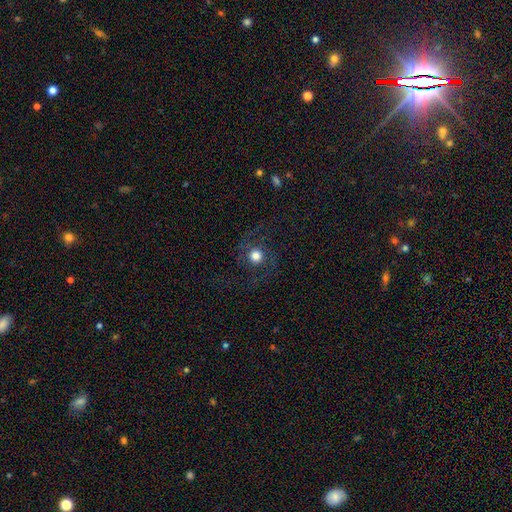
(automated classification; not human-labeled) Overall: smooth (51%; featured or disk 35%). How rounded: round (93%). Merging: none (78%).